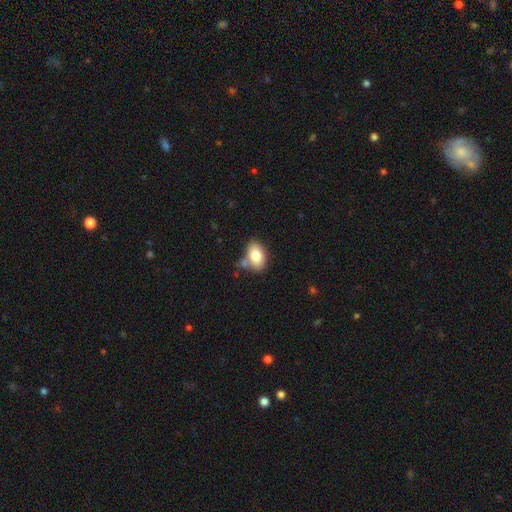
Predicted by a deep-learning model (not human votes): Morphology: type=smooth (80%); roundness=in between (87%); merging=none (65%).